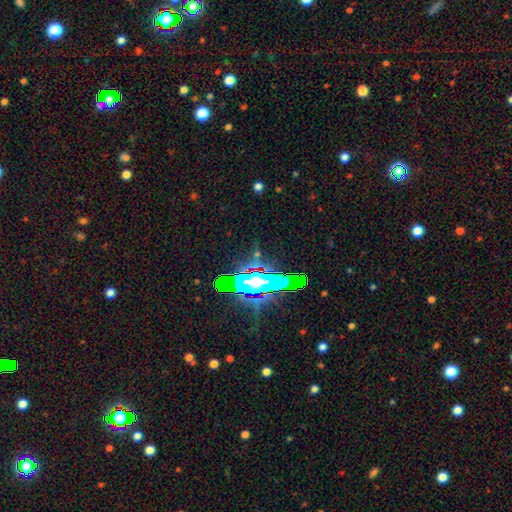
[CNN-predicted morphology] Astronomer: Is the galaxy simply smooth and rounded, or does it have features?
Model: star or artifact — 58%.